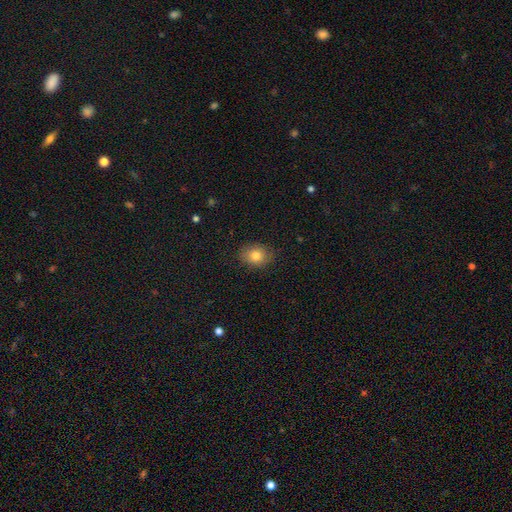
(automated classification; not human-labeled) Smooth or featured: smooth — 81% (star or artifact — 10%)
How rounded: in between — 60% (round — 38%)
Merging: none — 86% (minor disturbance — 11%)